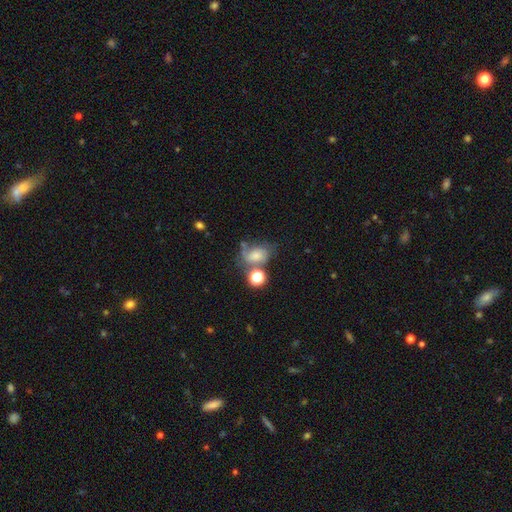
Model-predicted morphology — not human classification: A smooth galaxy with no disk features (61%) that is in between round and cigar-shaped (66%).

Vote fractions:
- Smooth or featured? smooth: 61% / featured or disk: 24% / star or artifact: 15%
- How rounded? in between: 66% / round: 32% / cigar-shaped: 2%
- Merging? none: 35% / merger: 26% / minor disturbance: 21% / major disturbance: 18%